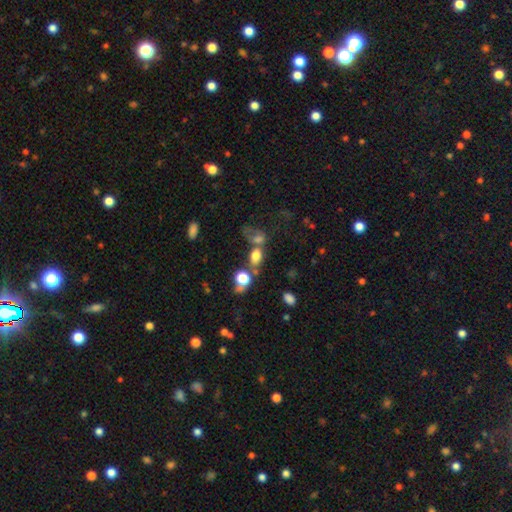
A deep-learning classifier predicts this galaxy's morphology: This appears to be a smooth galaxy with no disk features (68%) that is in between round and cigar-shaped (62%). Merging: merger (43%).